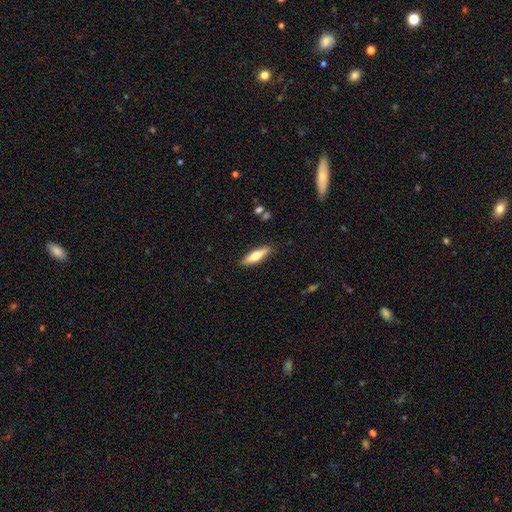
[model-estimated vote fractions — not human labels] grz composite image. It shows a smooth galaxy with no disk features (65%) that is cigar-shaped (61%). Merging: none (86%).